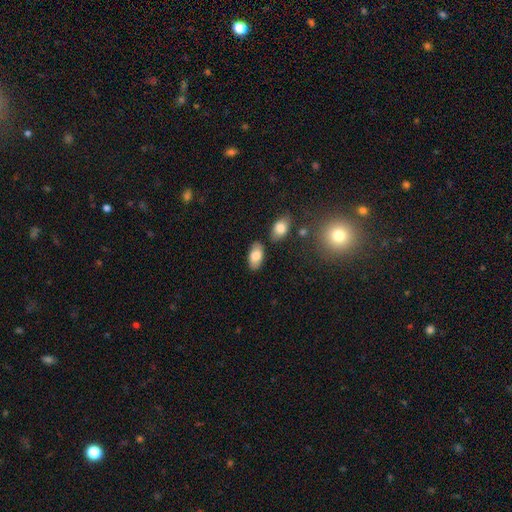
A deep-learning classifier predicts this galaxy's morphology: This is clearly a smooth galaxy (80%). How rounded: clearly in between (94%). Merging: likely none (79%).